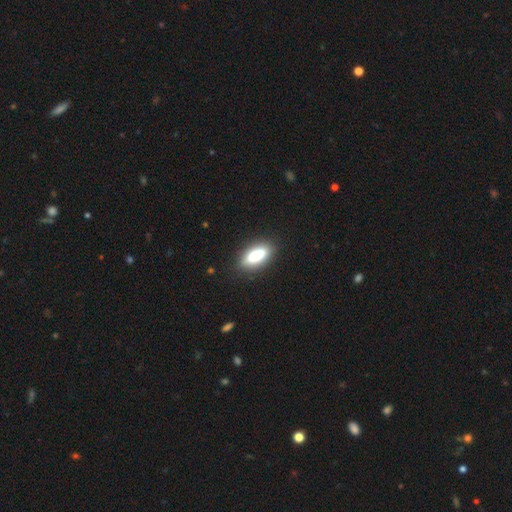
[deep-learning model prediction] Smooth or featured?
  - smooth: 70% *
  - featured or disk: 23%
  - star or artifact: 8%
How rounded?
  - in between: 78% *
  - cigar-shaped: 19%
  - round: 3%
Merging?
  - none: 82% *
  - minor disturbance: 11%
  - merger: 3%
  - major disturbance: 3%